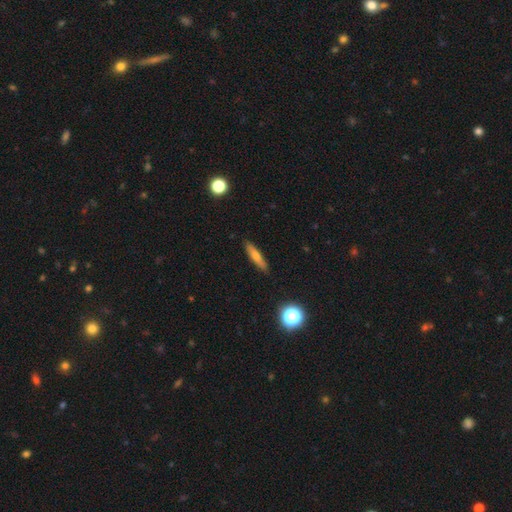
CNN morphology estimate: The model was most divided on "smooth or featured": smooth: 54%, featured or disk: 37%, star or artifact: 9%. More confident: merging — none (90%); how rounded — cigar-shaped (83%).